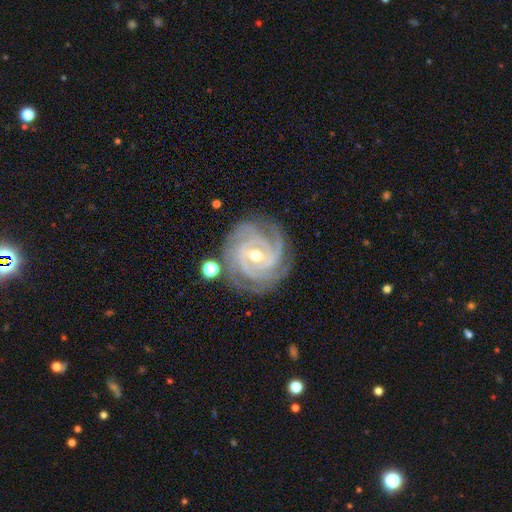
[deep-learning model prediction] A featured or disk galaxy (91%) with a weak bar (44%), 3 (39%) tight (79%) spiral arms (98%) and a moderate central bulge (54%). Merging: none (79%).